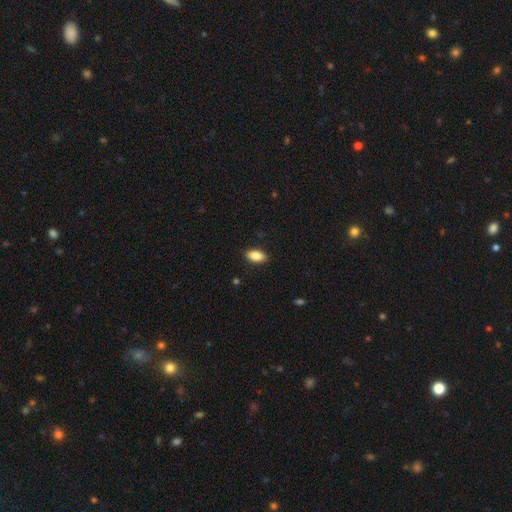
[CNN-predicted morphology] A smooth galaxy with no disk features (87%) that is in between round and cigar-shaped (92%).

Vote fractions:
- Smooth or featured? smooth: 87% / star or artifact: 7% / featured or disk: 6%
- How rounded? in between: 92% / cigar-shaped: 4% / round: 4%
- Merging? none: 89% / minor disturbance: 8% / major disturbance: 2% / merger: 1%